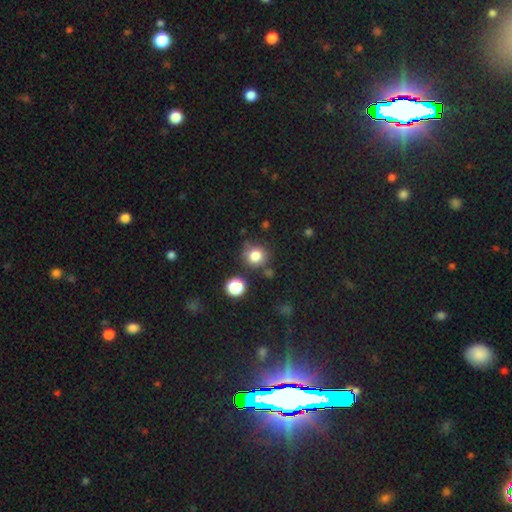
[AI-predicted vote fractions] Q: Smooth or featured?
A: smooth (78%); runner-up: star or artifact (15%)
Q: How rounded?
A: round (90%); runner-up: in between (9%)
Q: Merging?
A: none (79%); runner-up: minor disturbance (11%)